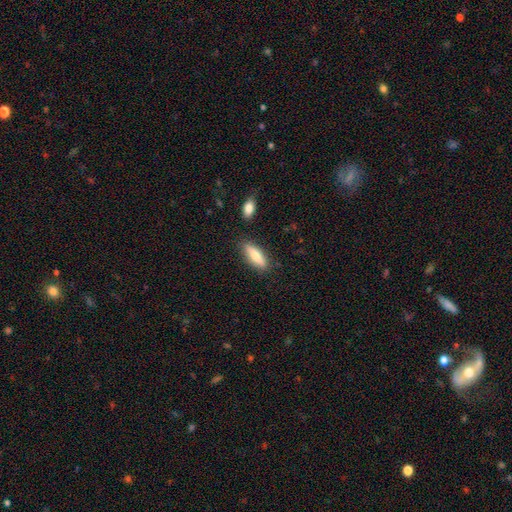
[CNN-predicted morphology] Smooth or featured? smooth (69%)
How rounded? cigar-shaped (57%)
Merging? none (84%)